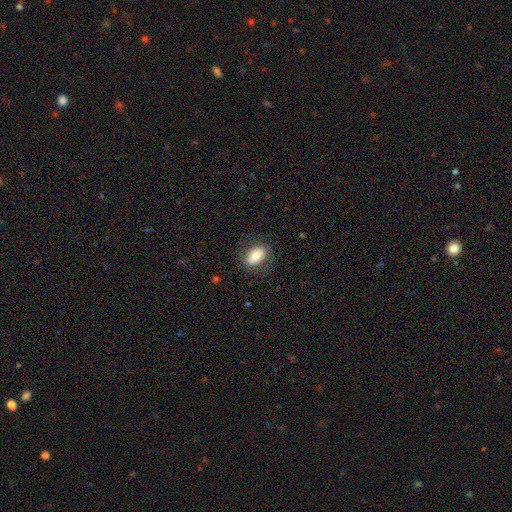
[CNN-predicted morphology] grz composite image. It shows a smooth galaxy with no disk features (73%) that is in between round and cigar-shaped (85%). Merging: none (78%).